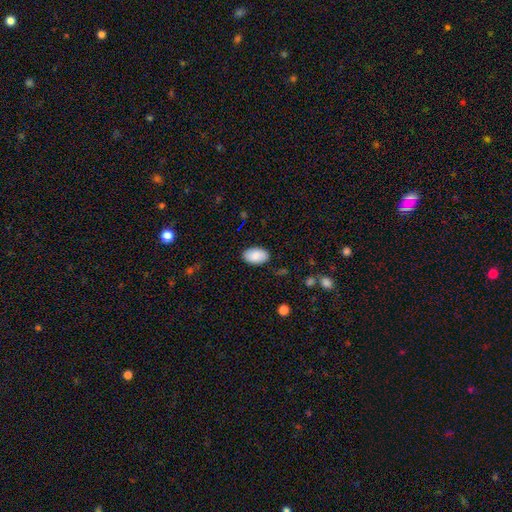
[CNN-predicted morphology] A smooth galaxy with no disk features (89%) that is in between round and cigar-shaped (93%). Merging: none (87%).